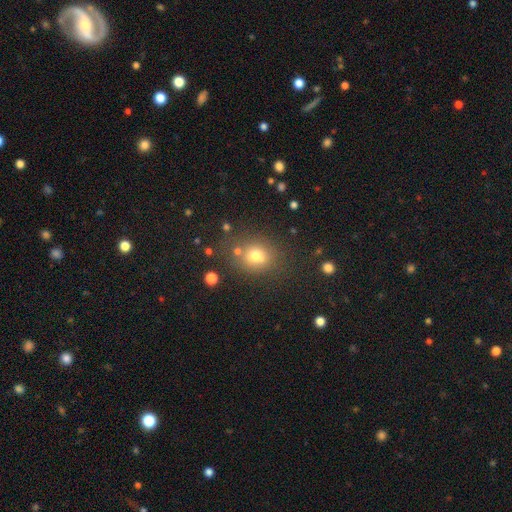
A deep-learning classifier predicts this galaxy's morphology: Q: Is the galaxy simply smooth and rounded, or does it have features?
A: smooth — 71%.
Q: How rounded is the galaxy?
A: round — 70%.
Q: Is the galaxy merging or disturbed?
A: none — 68%.